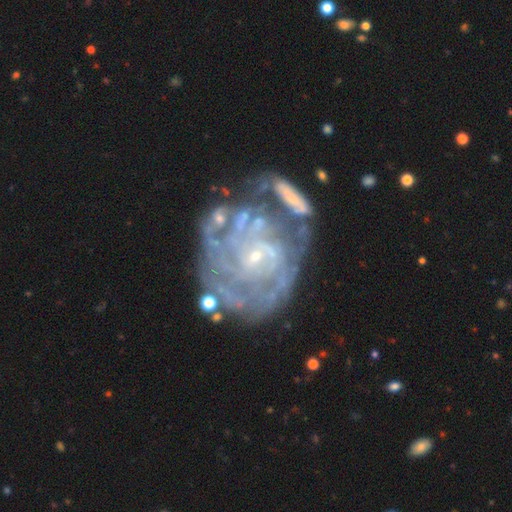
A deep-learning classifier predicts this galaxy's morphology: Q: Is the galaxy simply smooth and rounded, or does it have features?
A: featured or disk — 85%.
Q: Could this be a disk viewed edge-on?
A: no — 97%.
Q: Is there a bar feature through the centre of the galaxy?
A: no — 66%.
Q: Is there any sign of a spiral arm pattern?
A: yes — 87%.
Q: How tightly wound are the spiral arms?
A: tight — 71%.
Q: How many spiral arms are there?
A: can't tell — 45%.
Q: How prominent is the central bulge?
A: small — 85%.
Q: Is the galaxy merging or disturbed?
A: none — 43%.